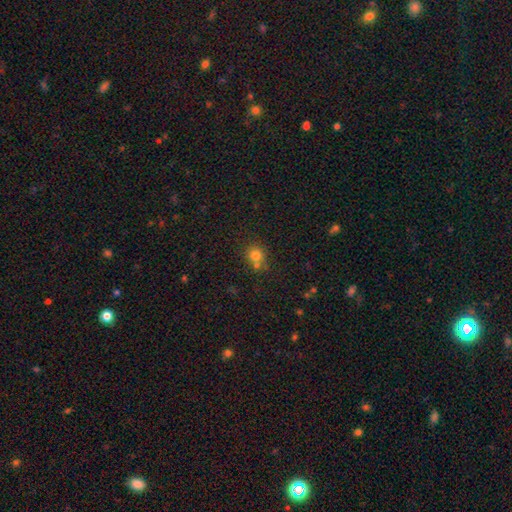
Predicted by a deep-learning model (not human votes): smooth_or_featured: smooth (p=0.77) [alt: star or artifact p=0.15]
how_rounded: round (p=0.87) [alt: in between p=0.12]
merging: none (p=0.58) [alt: merger p=0.29]